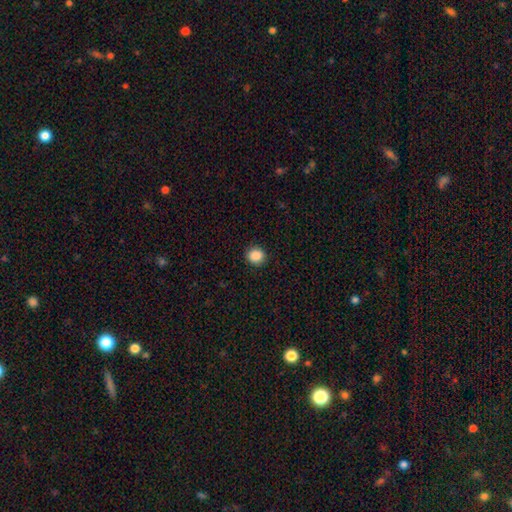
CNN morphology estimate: This appears to be a smooth galaxy with no disk features (88%) that is round (79%). Merging: none (91%).